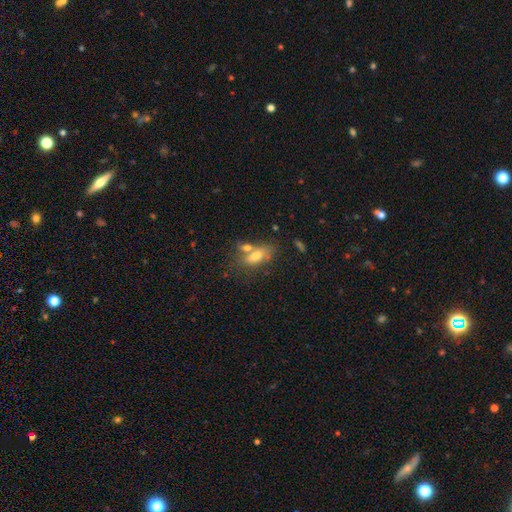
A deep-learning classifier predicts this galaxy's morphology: This is likely a smooth galaxy (68%). How rounded: likely in between (77%). Merging: possibly none (49%).